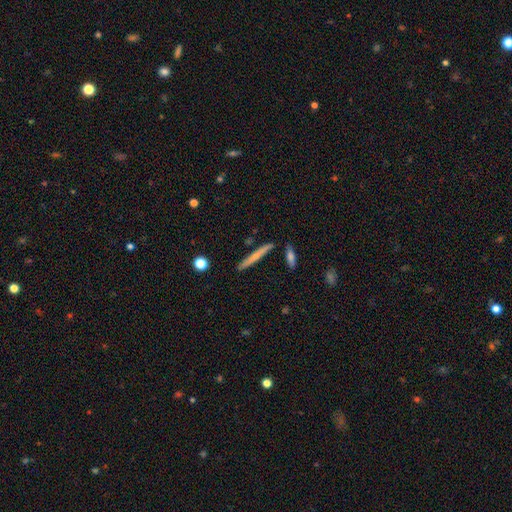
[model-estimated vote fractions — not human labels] smooth_or_featured: smooth (p=0.51) [alt: featured or disk p=0.43]
how_rounded: cigar-shaped (p=0.95) [alt: in between p=0.03]
merging: none (p=0.86) [alt: minor disturbance p=0.08]